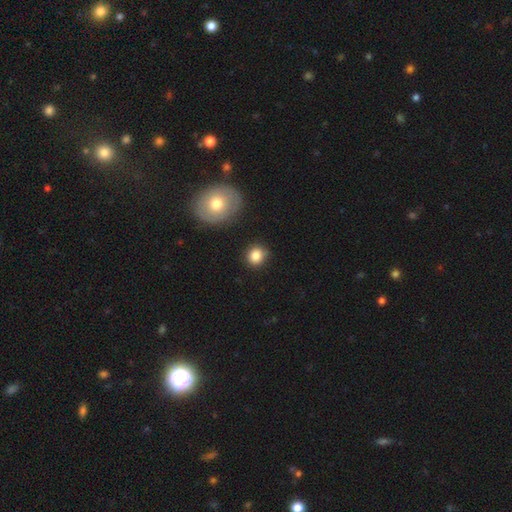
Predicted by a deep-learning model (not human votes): A smooth galaxy with no disk features (84%) that is round (83%). Merging: none (84%).